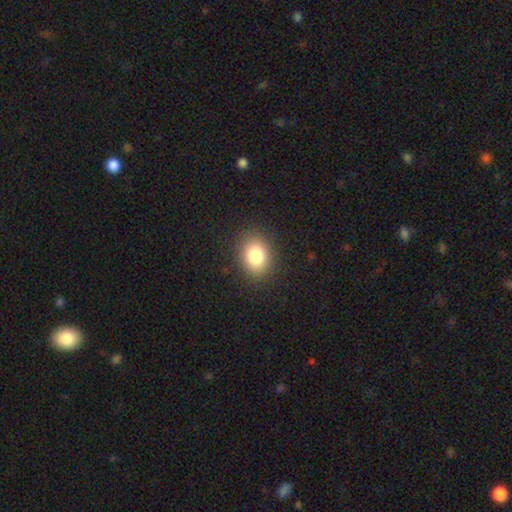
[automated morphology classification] The model was most divided on "how rounded": in between: 57%, round: 42%, cigar-shaped: 1%. More confident: merging — none (88%); smooth or featured — smooth (81%).